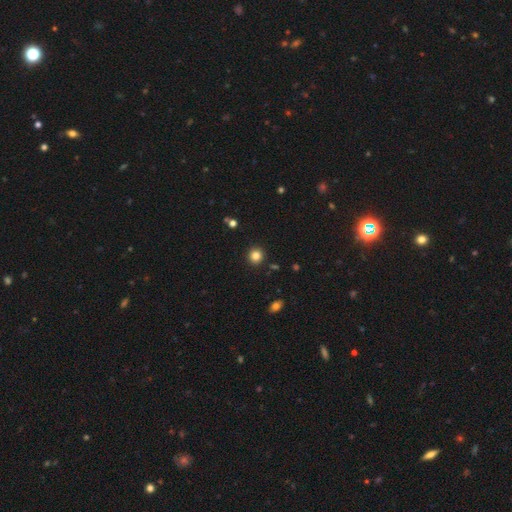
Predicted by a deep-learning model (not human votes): This is clearly a smooth galaxy (83%). How rounded: clearly round (93%). Merging: clearly none (91%).